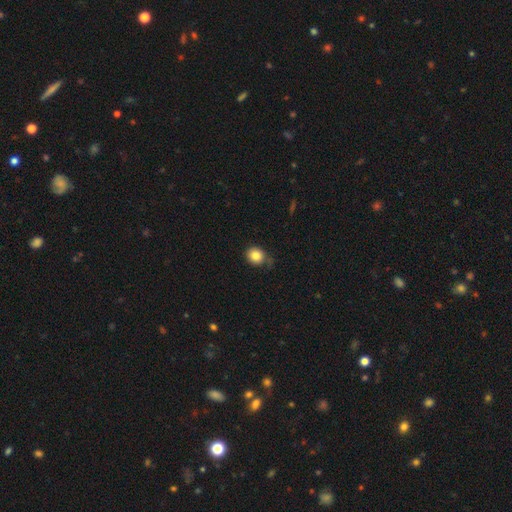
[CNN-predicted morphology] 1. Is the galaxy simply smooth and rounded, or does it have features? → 83% smooth, 10% star or artifact, 7% featured or disk.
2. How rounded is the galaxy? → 81% round, 18% in between, 1% cigar-shaped.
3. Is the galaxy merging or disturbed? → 68% none, 23% minor disturbance, 6% major disturbance, 3% merger.